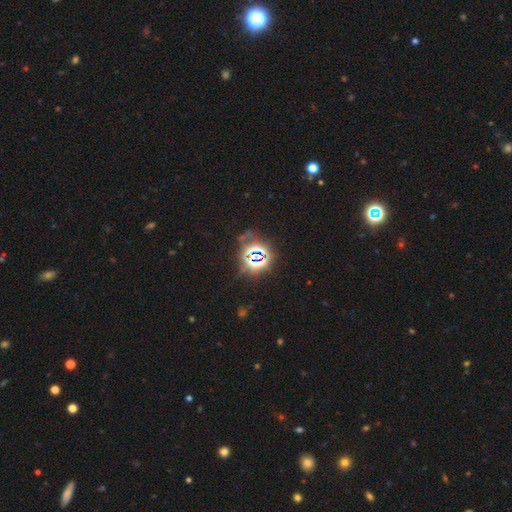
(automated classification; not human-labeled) smooth_or_featured: star or artifact (p=0.76) [alt: smooth p=0.15]